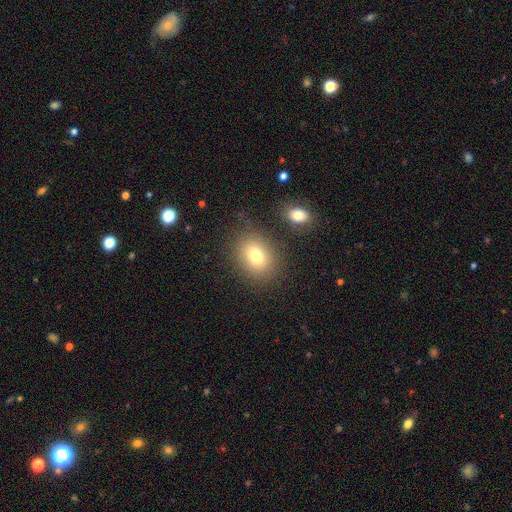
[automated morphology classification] Overall: smooth (78%). How rounded: in between (61%; round 38%). Merging: none (80%).